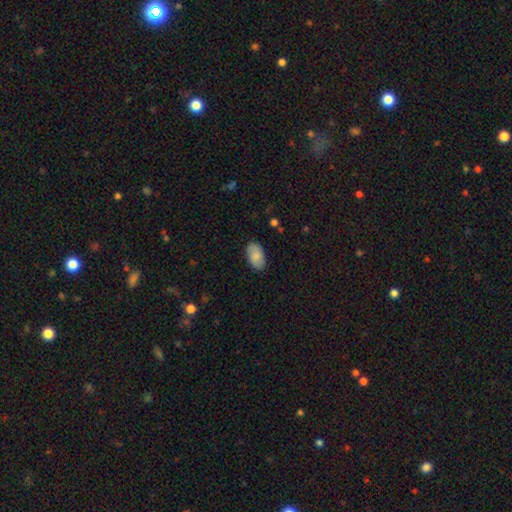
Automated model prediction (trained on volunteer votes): Smooth or featured: smooth — 85% (featured or disk — 9%)
How rounded: in between — 94% (round — 4%)
Merging: none — 86% (minor disturbance — 10%)